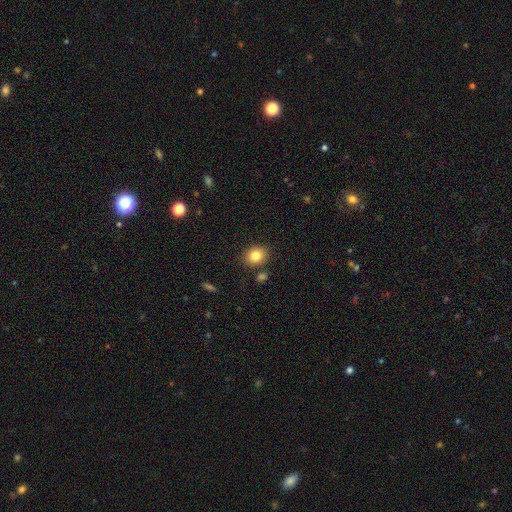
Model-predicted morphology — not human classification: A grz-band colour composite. It shows a smooth galaxy with no disk features (82%) that is round (61%). Merging: none (82%).